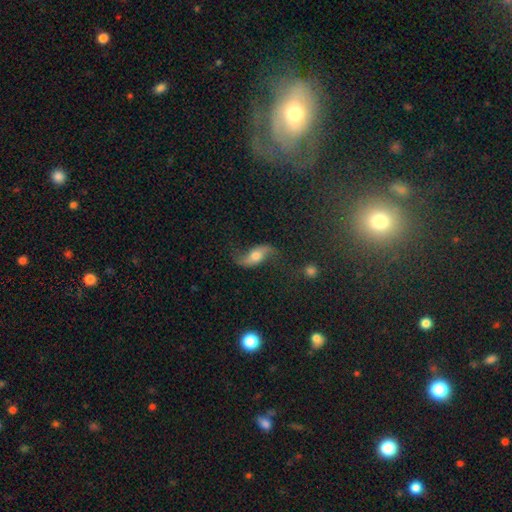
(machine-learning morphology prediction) type=featured or disk (73%); edge-on=no (89%); bar=no (58%); spiral arms=yes (92%); winding=loose (92%); arm count=2 (93%); bulge=moderate (60%); merging=none (70%).